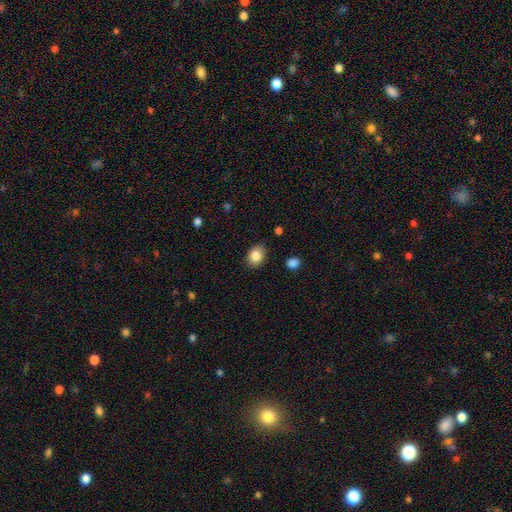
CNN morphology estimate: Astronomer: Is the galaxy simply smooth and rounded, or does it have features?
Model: smooth — 85%.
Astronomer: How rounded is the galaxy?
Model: in between — 57% (runner-up: round, 42%).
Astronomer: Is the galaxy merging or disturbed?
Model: none — 83%.